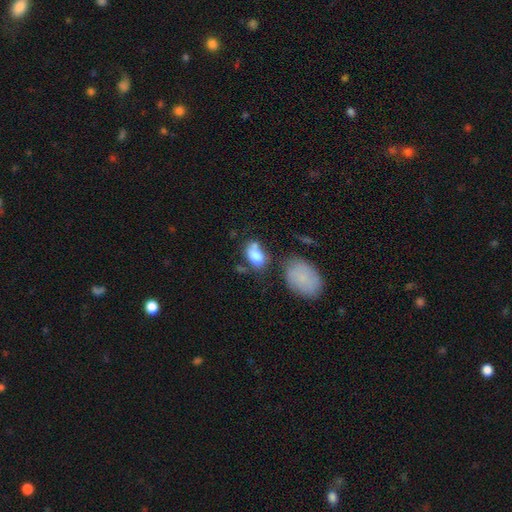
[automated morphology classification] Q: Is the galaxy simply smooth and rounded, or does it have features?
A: smooth — 79%.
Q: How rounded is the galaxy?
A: in between — 86%.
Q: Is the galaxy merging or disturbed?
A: none — 40%.